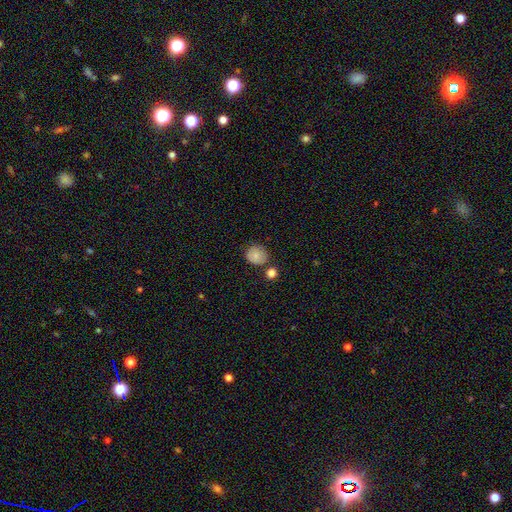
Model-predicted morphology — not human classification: A smooth galaxy with no disk features (81%) that is round (78%). Merging: none (67%).